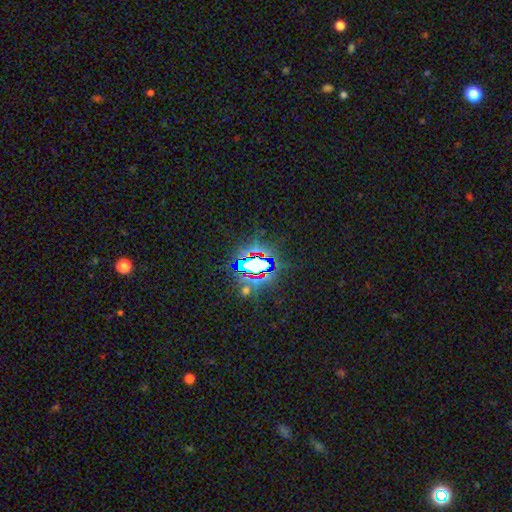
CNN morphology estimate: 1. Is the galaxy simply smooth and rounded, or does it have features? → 83% star or artifact, 9% smooth, 7% featured or disk.